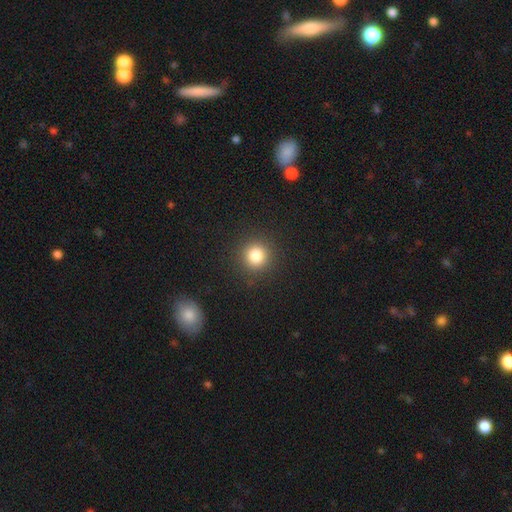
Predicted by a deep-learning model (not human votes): Morphology: type=smooth (82%); roundness=round (93%); merging=none (91%).